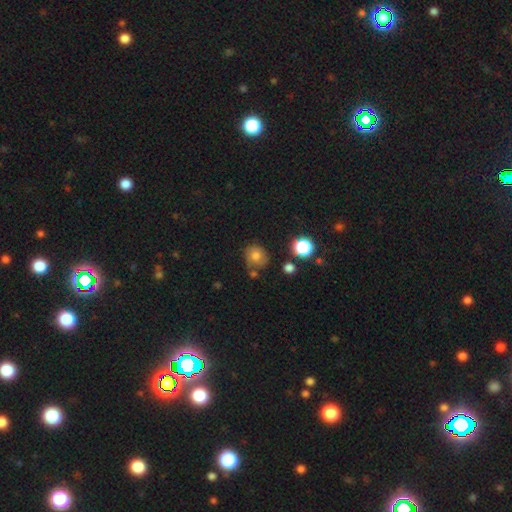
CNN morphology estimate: Smooth or featured: smooth — 71% (featured or disk — 15%)
How rounded: round — 74% (in between — 25%)
Merging: none — 63% (minor disturbance — 21%)